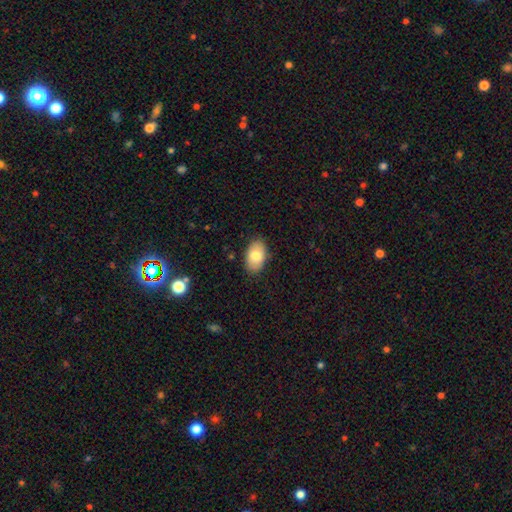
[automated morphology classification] smooth 80%, featured or disk 13%, star or artifact 7%. Down the decision tree: how rounded — in between (93%); merging — none (86%).